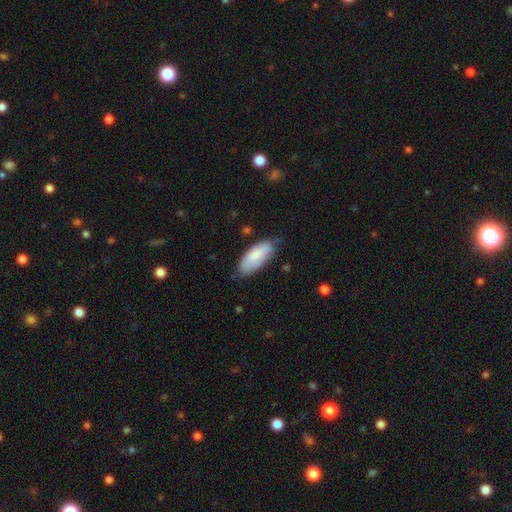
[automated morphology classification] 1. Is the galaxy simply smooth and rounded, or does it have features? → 78% smooth, 16% featured or disk, 6% star or artifact.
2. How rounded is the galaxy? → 82% in between, 17% cigar-shaped, 2% round.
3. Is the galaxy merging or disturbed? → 67% none, 26% minor disturbance, 5% major disturbance, 2% merger.